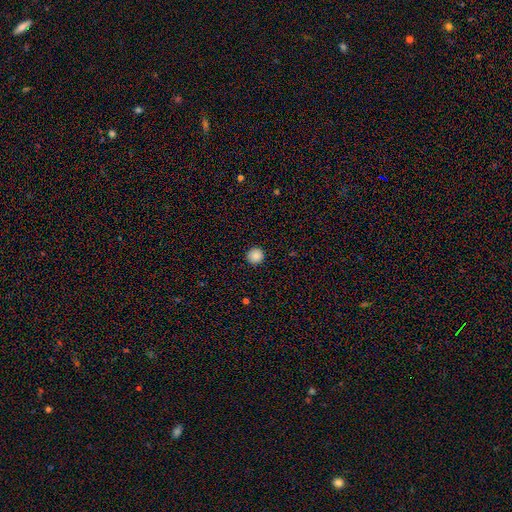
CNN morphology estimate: A smooth galaxy with no disk features (87%) that is round (95%).

Vote fractions:
- Smooth or featured? smooth: 87% / star or artifact: 9% / featured or disk: 3%
- How rounded? round: 95% / in between: 4% / cigar-shaped: 1%
- Merging? none: 93% / minor disturbance: 4% / major disturbance: 1% / merger: 1%